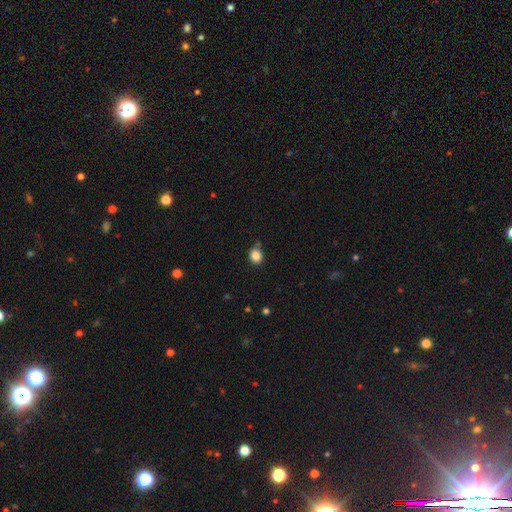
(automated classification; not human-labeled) Morphology: type=smooth (85%); roundness=round (66%); merging=none (74%).